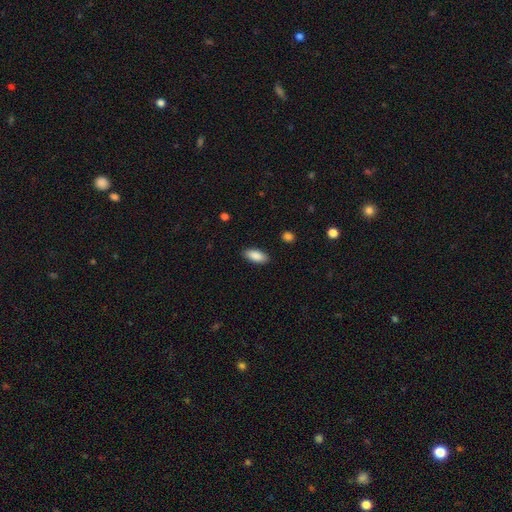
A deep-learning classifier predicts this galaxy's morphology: Smooth or featured? Predicted: smooth (p=0.89). How rounded? Predicted: in between (p=0.86). Merging? Predicted: none (p=0.89).